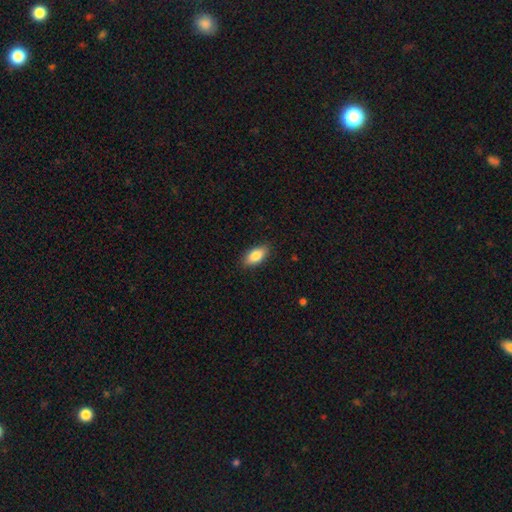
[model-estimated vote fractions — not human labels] Smooth or featured? Predicted: smooth (p=0.84). How rounded? Predicted: in between (p=0.90). Merging? Predicted: none (p=0.88).